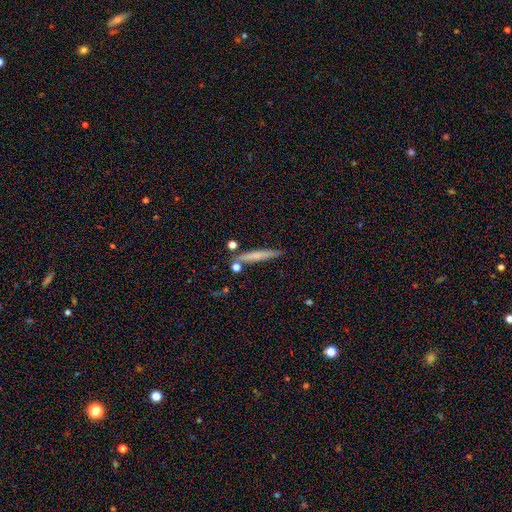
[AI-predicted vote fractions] This appears to be a smooth galaxy with no disk features (62%) that is cigar-shaped (93%). Merging: none (79%).